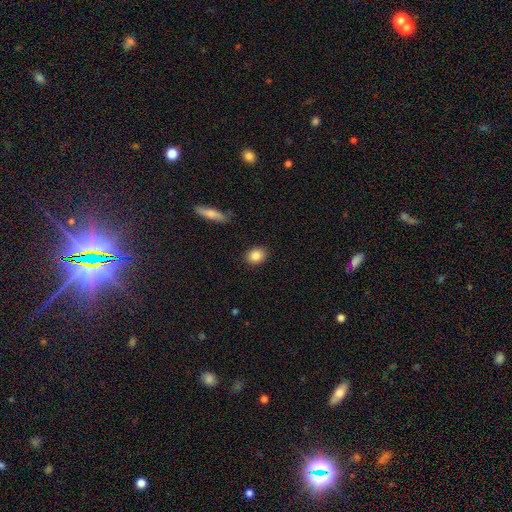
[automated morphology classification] Overall: smooth (85%). How rounded: in between (55%; round 44%). Merging: none (88%).